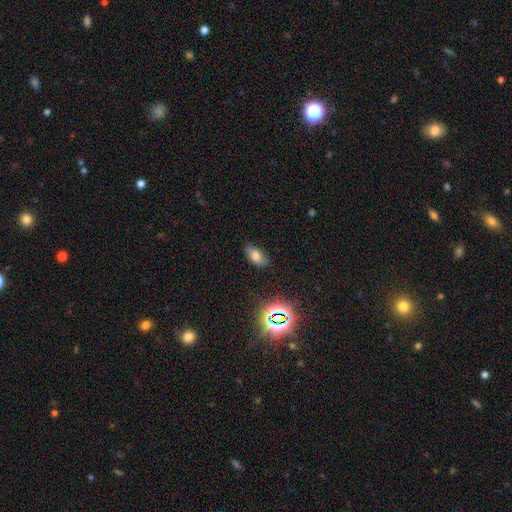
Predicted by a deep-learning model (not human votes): Overall: smooth (73%). How rounded: in between (91%). Merging: none (79%).